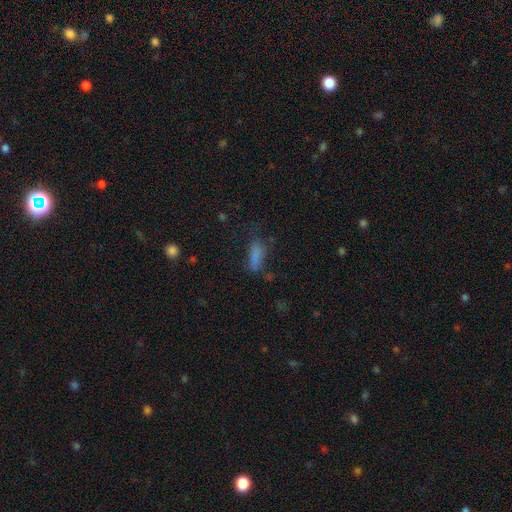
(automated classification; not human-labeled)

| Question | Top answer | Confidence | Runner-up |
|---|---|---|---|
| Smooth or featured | smooth | 75% | star or artifact (14%) |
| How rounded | in between | 68% | cigar-shaped (29%) |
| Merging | none | 51% | minor disturbance (26%) |